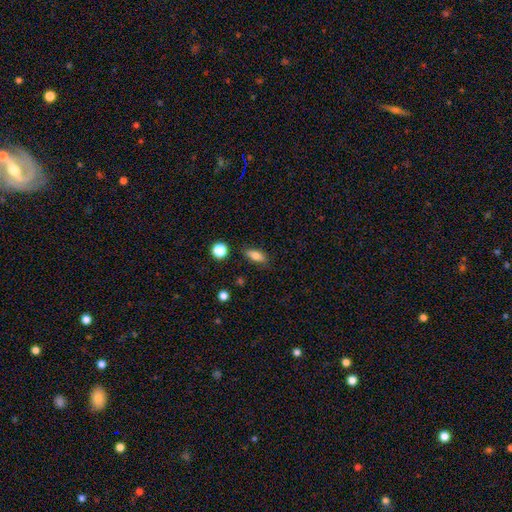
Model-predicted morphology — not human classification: Smooth or featured: smooth — 75% (featured or disk — 16%)
How rounded: in between — 76% (cigar-shaped — 17%)
Merging: none — 83% (minor disturbance — 12%)